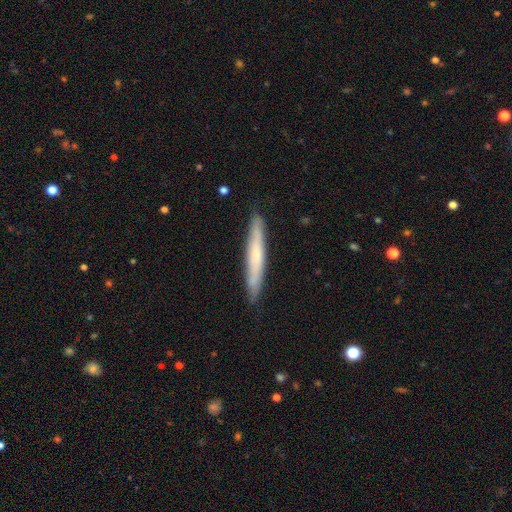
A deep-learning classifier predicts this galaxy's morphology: type=smooth (53%); roundness=cigar-shaped (96%); merging=none (88%).